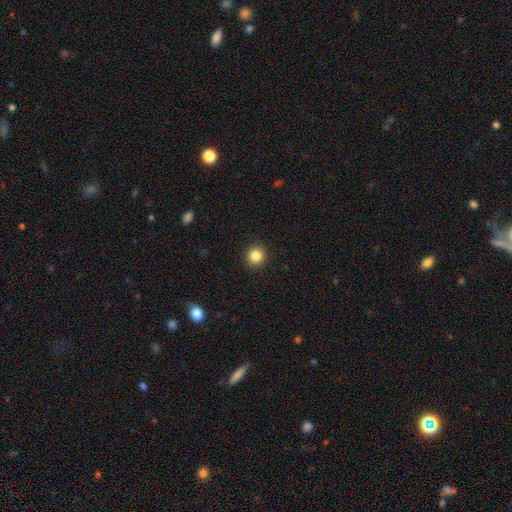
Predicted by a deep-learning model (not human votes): Smooth or featured?
  - smooth: 85% *
  - star or artifact: 11%
  - featured or disk: 5%
How rounded?
  - round: 89% *
  - in between: 10%
  - cigar-shaped: 1%
Merging?
  - none: 92% *
  - minor disturbance: 5%
  - major disturbance: 2%
  - merger: 1%